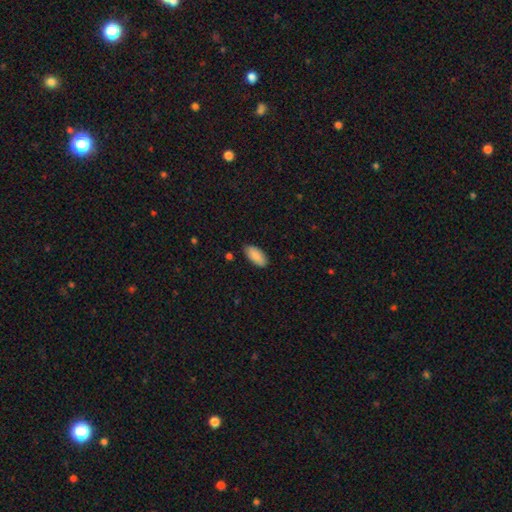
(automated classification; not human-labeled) smooth 88%, star or artifact 6%, featured or disk 6%. Down the decision tree: how rounded — in between (93%); merging — none (84%).